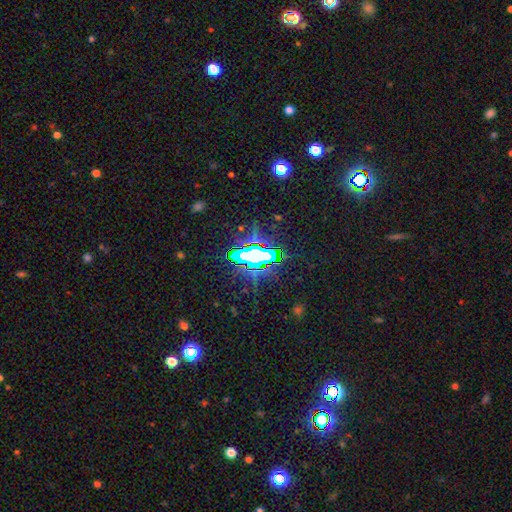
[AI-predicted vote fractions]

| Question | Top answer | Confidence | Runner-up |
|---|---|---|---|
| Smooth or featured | star or artifact | 74% | smooth (13%) |